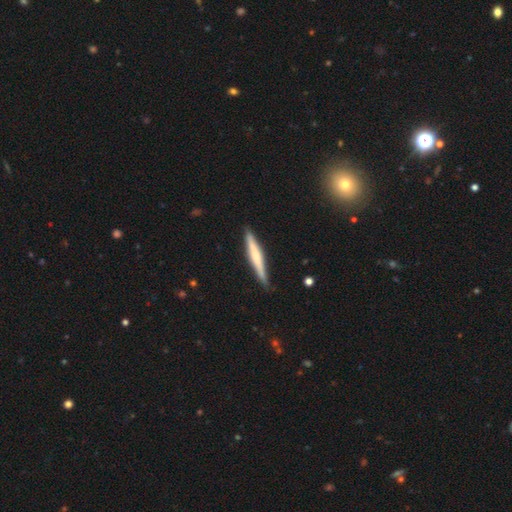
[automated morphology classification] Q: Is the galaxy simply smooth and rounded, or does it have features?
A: smooth — 48%.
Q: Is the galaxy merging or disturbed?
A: none — 86%.